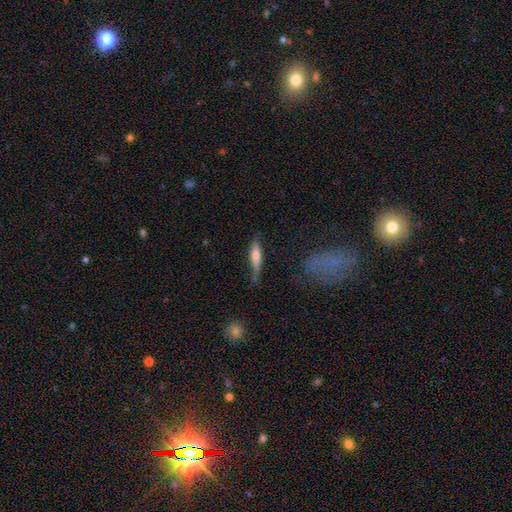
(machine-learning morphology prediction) A smooth galaxy with no disk features (66%) that is cigar-shaped (74%).

Vote fractions:
- Smooth or featured? smooth: 66% / featured or disk: 28% / star or artifact: 7%
- How rounded? cigar-shaped: 74% / in between: 23% / round: 2%
- Merging? none: 55% / minor disturbance: 29% / major disturbance: 12% / merger: 3%